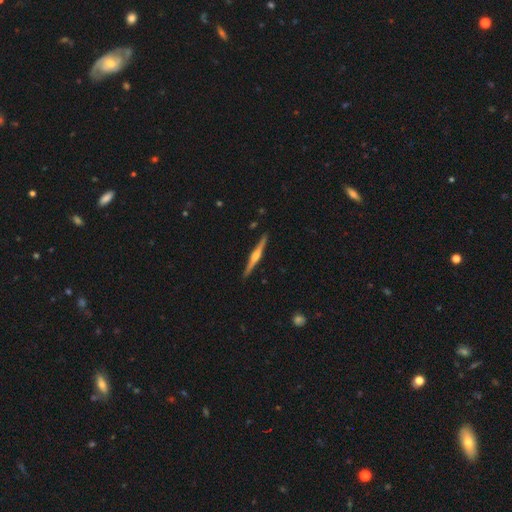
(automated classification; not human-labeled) smooth-or-featured: featured or disk: 77% | smooth: 18% | star or artifact: 5%
  disk-edge-on: yes: 98% | no: 2%
    edge-on-bulge: rounded: 83% | boxy: 11% | none: 6%
  merging: none: 91% | minor disturbance: 6% | major disturbance: 1% | merger: 1%